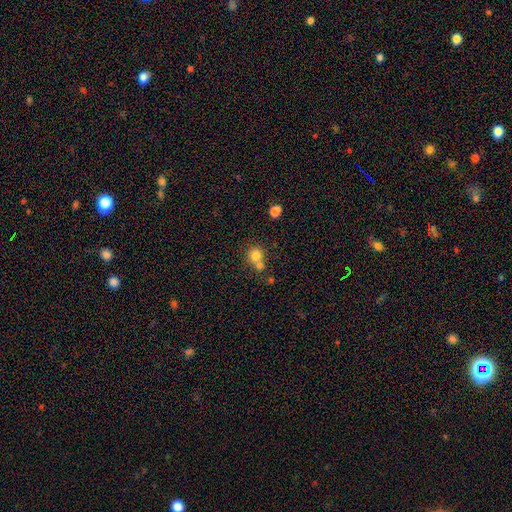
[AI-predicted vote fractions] smooth 78%, star or artifact 12%, featured or disk 10%. Down the decision tree: how rounded — round (86%); merging — none (47%).